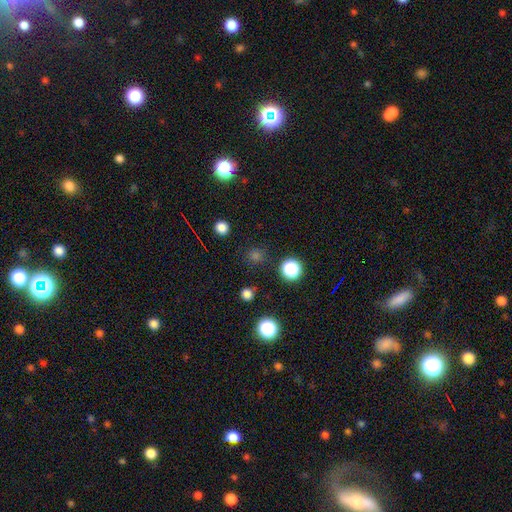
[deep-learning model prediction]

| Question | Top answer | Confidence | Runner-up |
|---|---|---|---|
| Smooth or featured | smooth | 67% | star or artifact (28%) |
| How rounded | round | 93% | in between (6%) |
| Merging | none | 88% | minor disturbance (7%) |